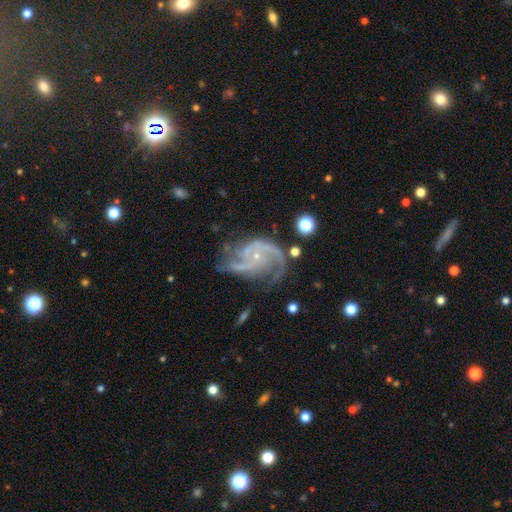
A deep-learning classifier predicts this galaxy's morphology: smooth_or_featured: featured or disk (p=0.91) [alt: star or artifact p=0.06]
disk_edge_on: no (p=0.98) [alt: yes p=0.02]
bar: no (p=0.70) [alt: weak p=0.24]
has_spiral_arms: yes (p=0.98) [alt: no p=0.02]
spiral_winding: medium (p=0.52) [alt: tight p=0.27]
spiral_arm_count: 2 (p=0.36) [alt: 3 p=0.33]
bulge_size: small (p=0.84) [alt: moderate p=0.11]
merging: none (p=0.57) [alt: minor disturbance p=0.23]